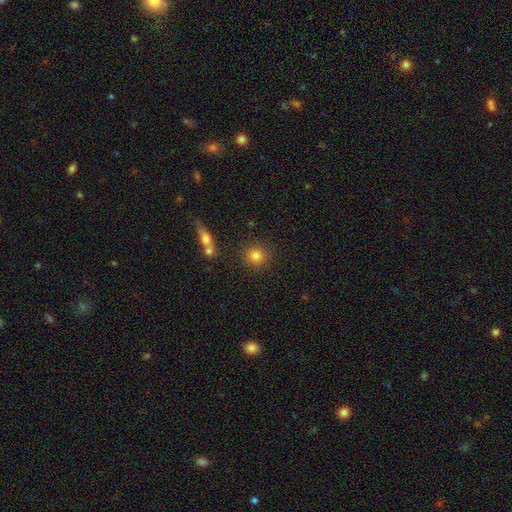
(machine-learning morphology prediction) Q: Smooth or featured?
A: smooth (82%); runner-up: star or artifact (11%)
Q: How rounded?
A: round (90%); runner-up: in between (9%)
Q: Merging?
A: none (82%); runner-up: minor disturbance (8%)